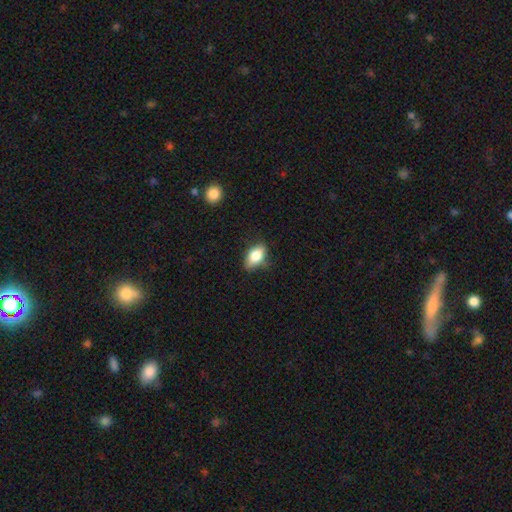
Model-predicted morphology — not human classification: The model was most divided on "merging": none: 68%, minor disturbance: 24%, major disturbance: 5%, merger: 2%. More confident: how rounded — in between (86%); smooth or featured — smooth (78%).